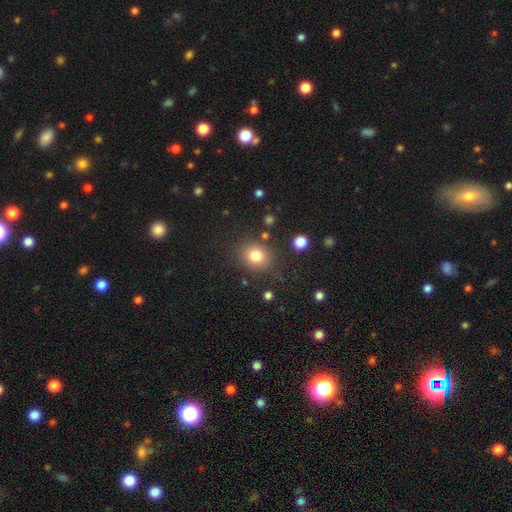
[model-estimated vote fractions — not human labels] Smooth or featured? Predicted: smooth (p=0.80). How rounded? Predicted: round (p=0.75). Merging? Predicted: none (p=0.82).